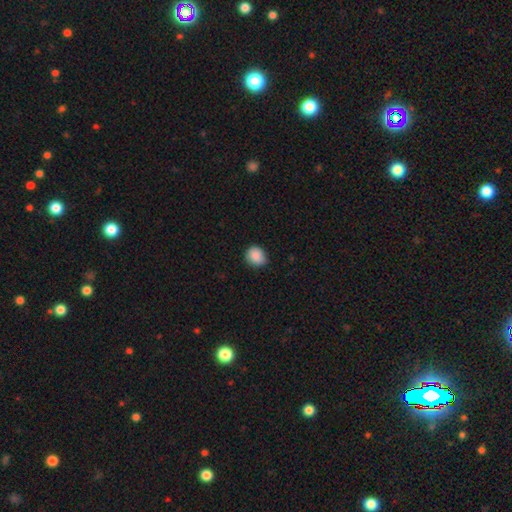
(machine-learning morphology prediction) smooth_or_featured: smooth (p=0.88) [alt: star or artifact p=0.08]
how_rounded: round (p=0.69) [alt: in between p=0.30]
merging: none (p=0.76) [alt: minor disturbance p=0.20]